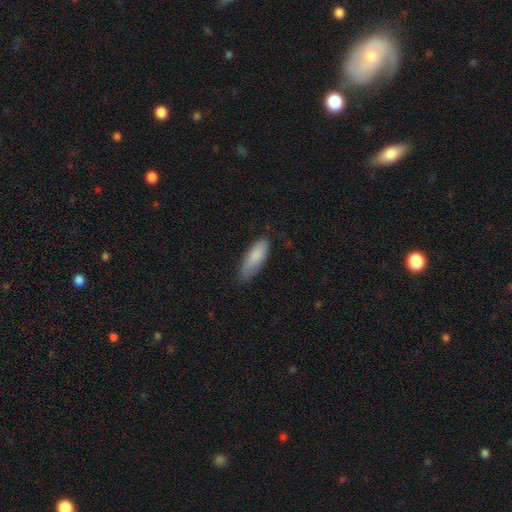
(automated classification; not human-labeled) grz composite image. It shows a smooth galaxy with no disk features (84%) that is in between round and cigar-shaped (66%). Merging: none (70%).